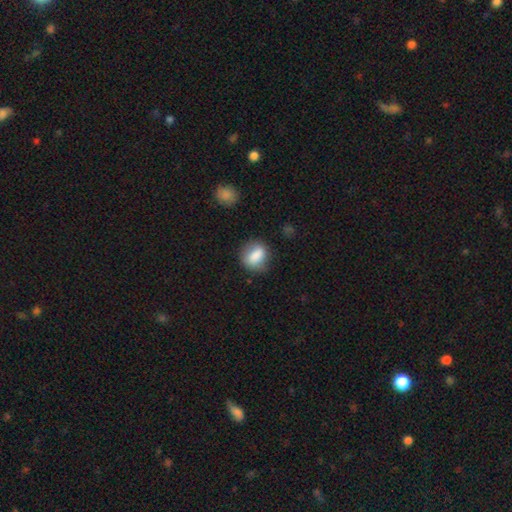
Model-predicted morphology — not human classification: This appears to be a smooth galaxy with no disk features (82%) that is in between round and cigar-shaped (52%). Merging: none (73%).